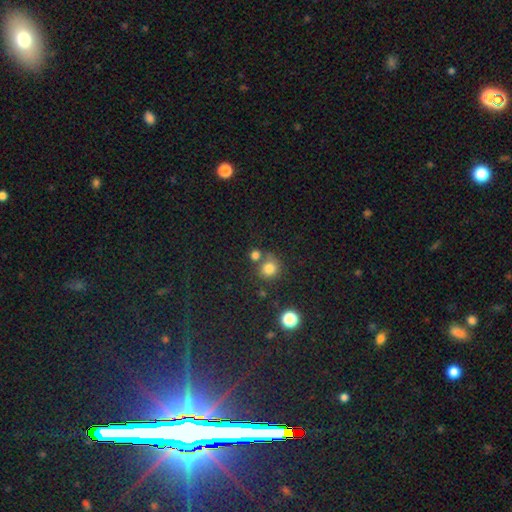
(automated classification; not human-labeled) A smooth galaxy with no disk features (78%) that is round (85%). Merging: none (59%).